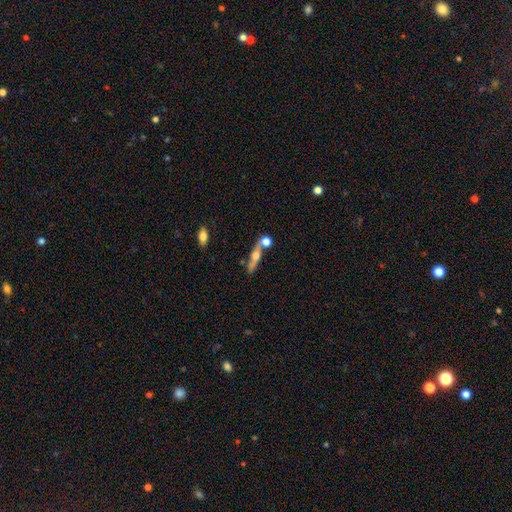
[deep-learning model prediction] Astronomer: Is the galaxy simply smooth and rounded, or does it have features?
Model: featured or disk — 59%.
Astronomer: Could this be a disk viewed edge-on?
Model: yes — 83%.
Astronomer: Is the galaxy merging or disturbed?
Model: none — 59%.